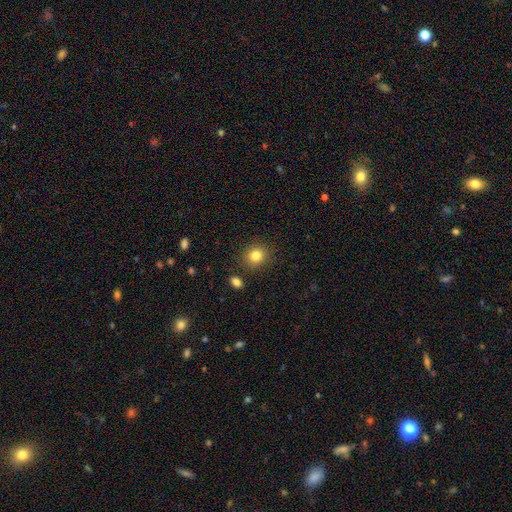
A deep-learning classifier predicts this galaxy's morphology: smooth_or_featured: smooth (p=0.83) [alt: star or artifact p=0.11]
how_rounded: round (p=0.83) [alt: in between p=0.16]
merging: none (p=0.87) [alt: minor disturbance p=0.08]